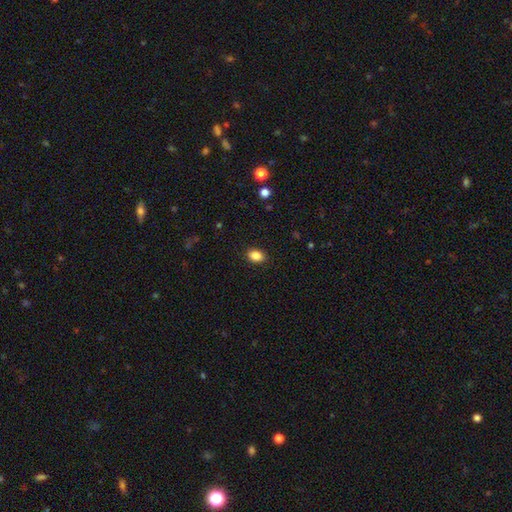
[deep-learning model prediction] Smooth or featured: smooth — 87% (star or artifact — 9%)
How rounded: in between — 78% (round — 21%)
Merging: none — 89% (minor disturbance — 8%)